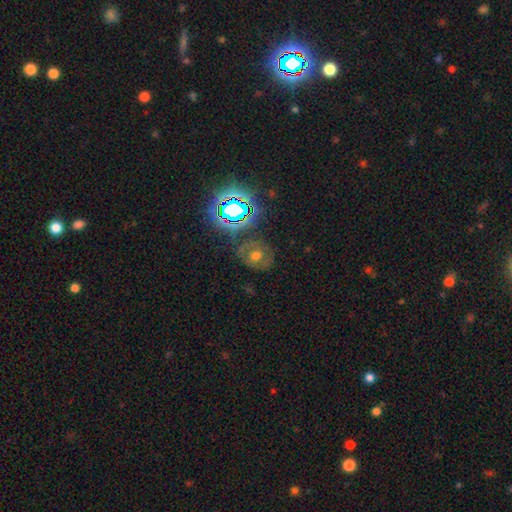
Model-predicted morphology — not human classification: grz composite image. It shows a smooth galaxy with no disk features (40%). Merging: none (73%).